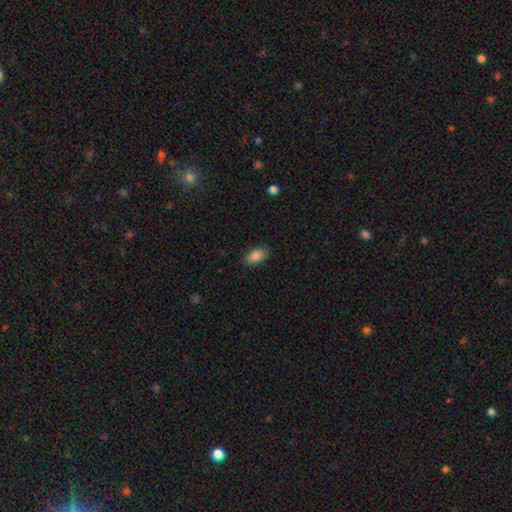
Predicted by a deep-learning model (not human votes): This appears to be a smooth galaxy with no disk features (87%) that is in between round and cigar-shaped (92%). Merging: none (86%).